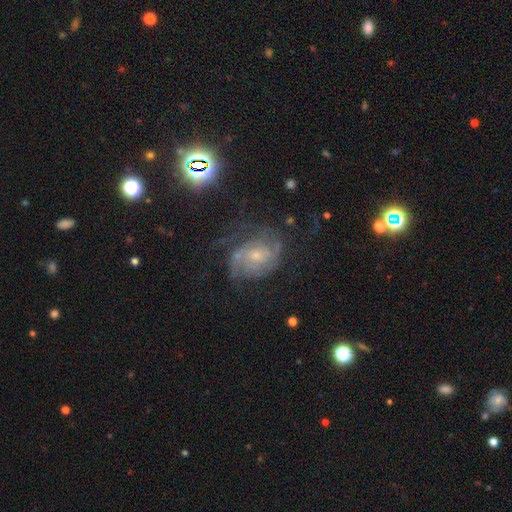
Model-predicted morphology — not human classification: smooth_or_featured: featured or disk (p=0.77) [alt: star or artifact p=0.12]
disk_edge_on: no (p=0.97) [alt: yes p=0.03]
bar: no (p=0.63) [alt: weak p=0.32]
has_spiral_arms: yes (p=0.91) [alt: no p=0.09]
spiral_winding: medium (p=0.43) [tied with: tight p=0.43]
spiral_arm_count: 2 (p=0.33) [tied with: can't tell p=0.33]
bulge_size: small (p=0.61) [alt: moderate p=0.32]
merging: none (p=0.59) [alt: minor disturbance p=0.21]